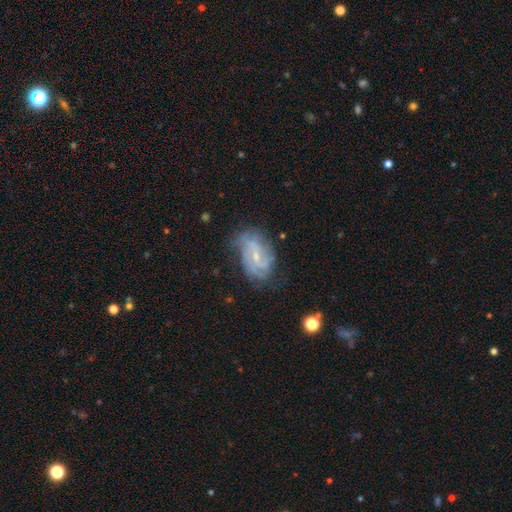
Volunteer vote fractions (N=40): Q: Smooth or featured?
A: featured or disk (88%); runner-up: smooth (8%)
Q: Edge-on disk?
A: no (94%); runner-up: yes (6%)
Q: Bar?
A: weak (52%); runner-up: no (42%)
Q: Spiral arms?
A: yes (94%); runner-up: no (6%)
Q: Spiral winding?
A: tight (58%); runner-up: medium (29%)
Q: Spiral arm count?
A: 3 (35%); tied with: can't tell (35%)
Q: Bulge size?
A: small (58%); runner-up: moderate (39%)
Q: Merging?
A: none (63%); runner-up: minor disturbance (26%)